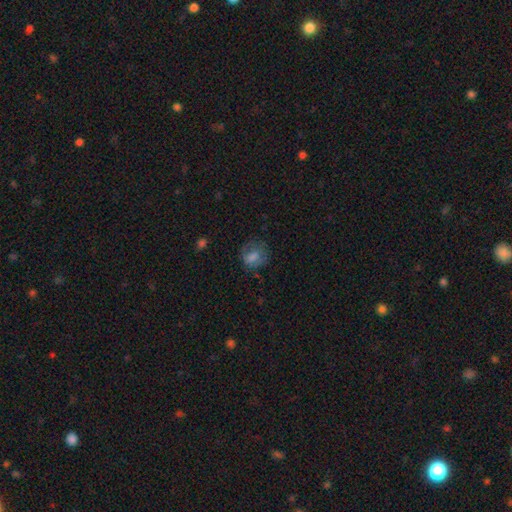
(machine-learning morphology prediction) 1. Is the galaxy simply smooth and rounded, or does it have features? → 59% smooth, 24% featured or disk, 17% star or artifact.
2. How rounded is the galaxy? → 65% round, 33% in between, 1% cigar-shaped.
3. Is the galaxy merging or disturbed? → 66% none, 20% minor disturbance, 12% major disturbance, 1% merger.